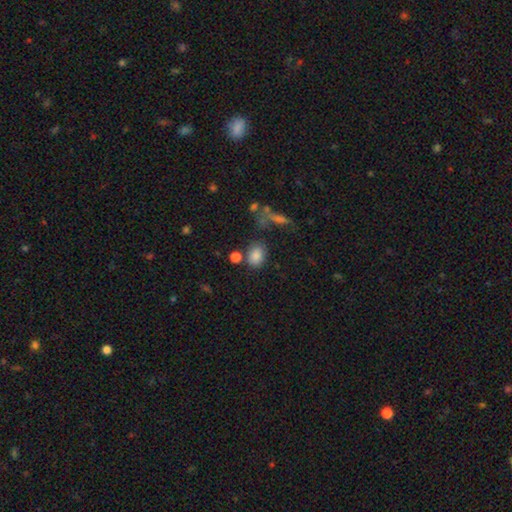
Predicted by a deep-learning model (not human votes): This is clearly a smooth galaxy (84%). How rounded: likely in between (68%). Merging: likely none (67%).